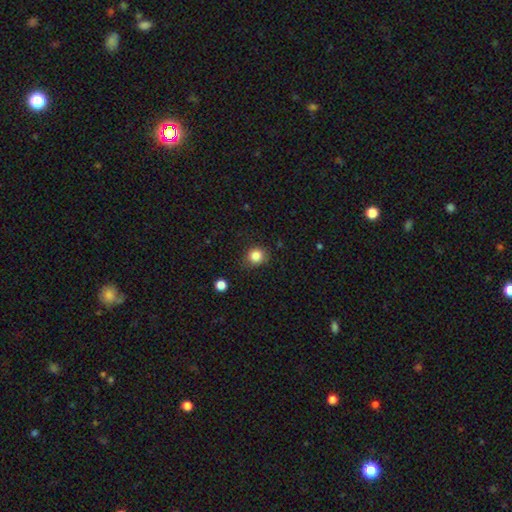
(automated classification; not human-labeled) Smooth or featured: smooth — 85% (star or artifact — 11%)
How rounded: round — 83% (in between — 17%)
Merging: none — 83% (minor disturbance — 12%)